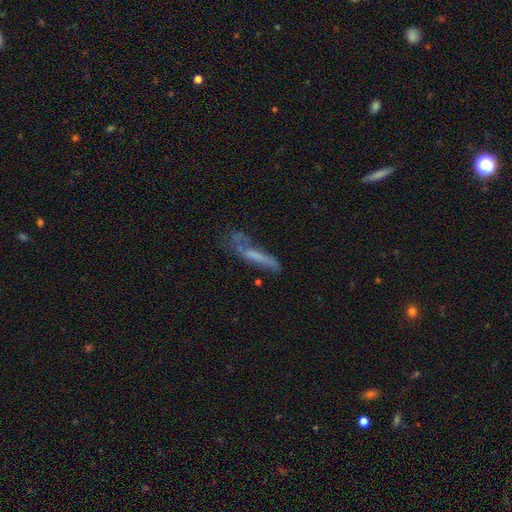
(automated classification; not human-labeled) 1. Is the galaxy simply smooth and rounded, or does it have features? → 47% smooth, 41% featured or disk, 12% star or artifact.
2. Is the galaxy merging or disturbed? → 36% none, 29% major disturbance, 25% minor disturbance, 10% merger.